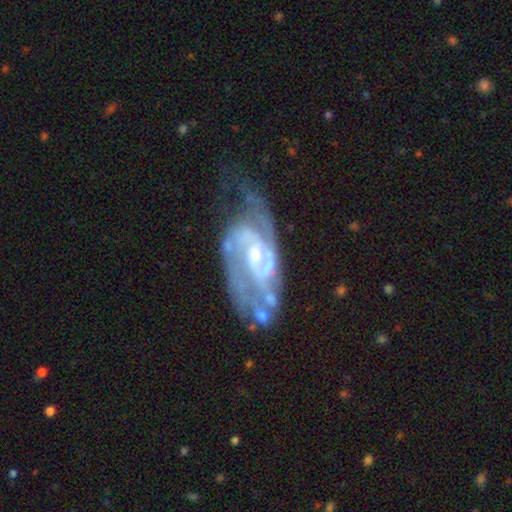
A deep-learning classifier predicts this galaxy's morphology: Smooth or featured: featured or disk — 90% (star or artifact — 5%)
Edge-on disk: no — 96% (yes — 4%)
Bar: weak — 48% (no — 38%)
Spiral arms: yes — 97% (no — 3%)
Spiral winding: tight — 45% (tied with medium — 45%)
Spiral arm count: 2 — 72% (can't tell — 11%)
Bulge size: small — 56% (moderate — 37%)
Merging: none — 51% (minor disturbance — 26%)